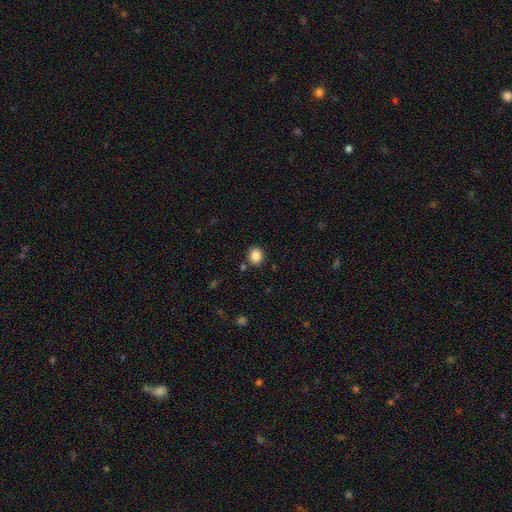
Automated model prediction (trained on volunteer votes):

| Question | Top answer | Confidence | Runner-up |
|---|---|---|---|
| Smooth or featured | smooth | 87% | star or artifact (9%) |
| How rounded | round | 66% | in between (33%) |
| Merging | none | 85% | minor disturbance (8%) |